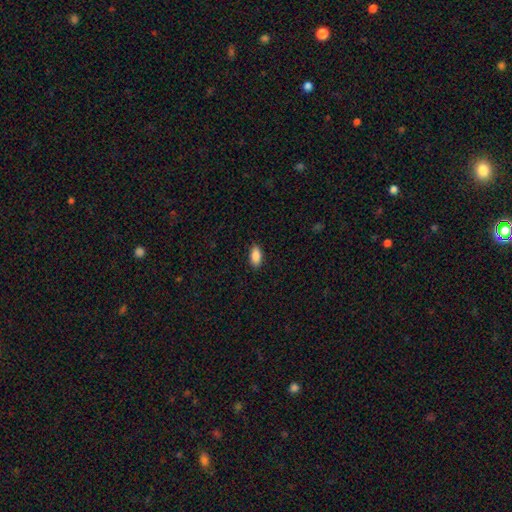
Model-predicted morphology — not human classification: This appears to be a smooth galaxy with no disk features (89%) that is in between round and cigar-shaped (91%). Merging: none (88%).